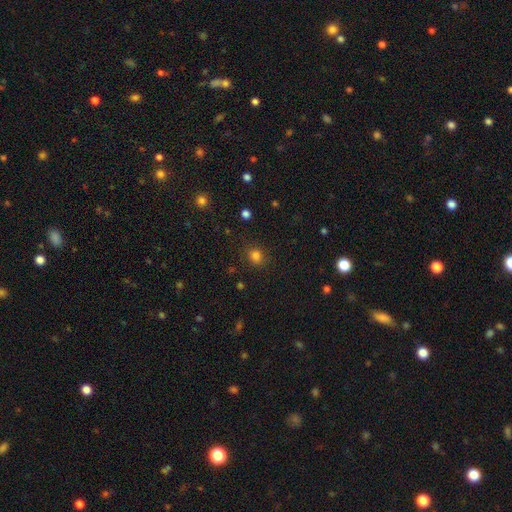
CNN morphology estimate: A smooth galaxy with no disk features (80%) that is round (69%).

Vote fractions:
- Smooth or featured? smooth: 80% / star or artifact: 15% / featured or disk: 5%
- How rounded? round: 69% / in between: 30% / cigar-shaped: 1%
- Merging? none: 84% / minor disturbance: 11% / major disturbance: 4% / merger: 2%